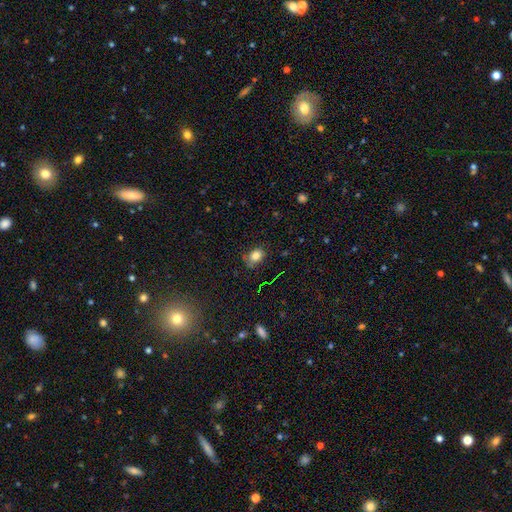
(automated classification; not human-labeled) Smooth or featured?
  - smooth: 80% *
  - star or artifact: 12%
  - featured or disk: 8%
How rounded?
  - in between: 67% *
  - round: 32%
  - cigar-shaped: 1%
Merging?
  - none: 73% *
  - minor disturbance: 21%
  - major disturbance: 5%
  - merger: 2%